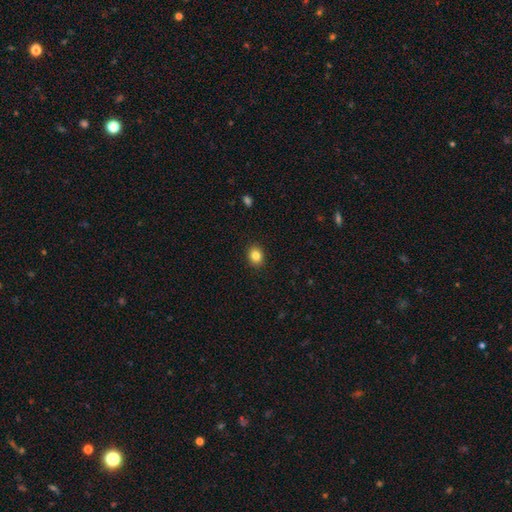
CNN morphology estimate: Smooth or featured? Predicted: smooth (p=0.84). How rounded? Predicted: round (p=0.59). Merging? Predicted: none (p=0.91).